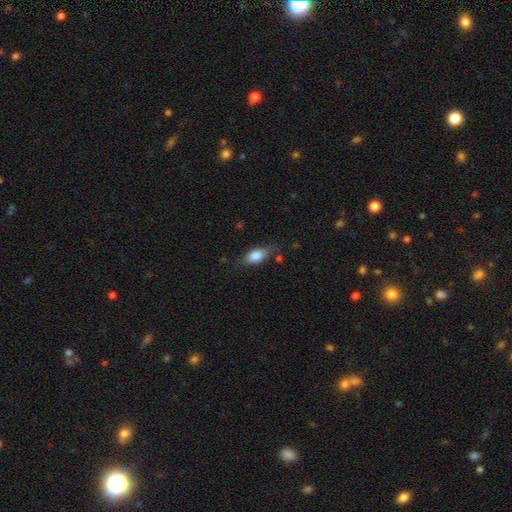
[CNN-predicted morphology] A smooth galaxy with no disk features (77%) that is in between round and cigar-shaped (83%).

Vote fractions:
- Smooth or featured? smooth: 77% / featured or disk: 16% / star or artifact: 7%
- How rounded? in between: 83% / cigar-shaped: 11% / round: 5%
- Merging? none: 66% / minor disturbance: 24% / major disturbance: 6% / merger: 3%